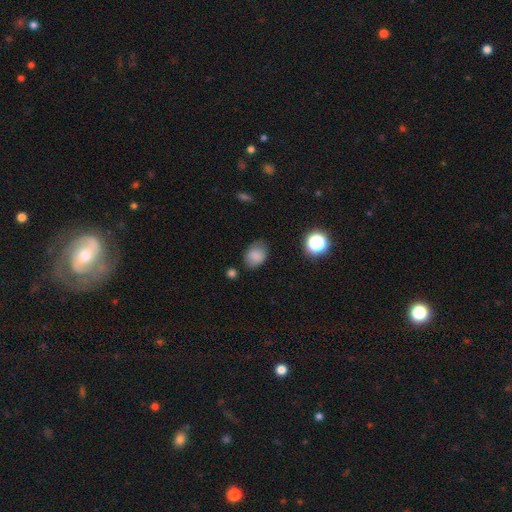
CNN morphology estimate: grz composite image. It shows a smooth galaxy with no disk features (81%) that is in between round and cigar-shaped (69%). Merging: none (71%).